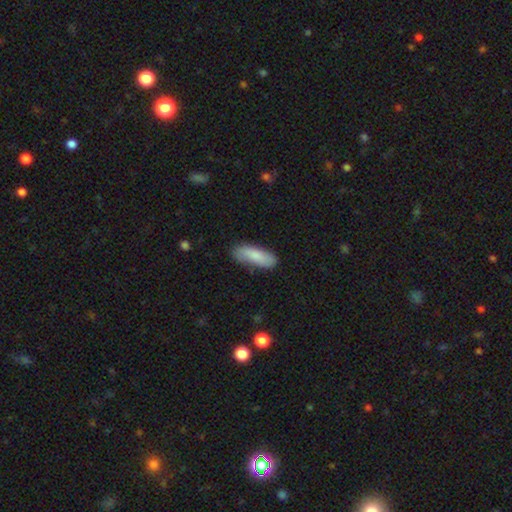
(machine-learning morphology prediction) Smooth or featured?
  - smooth: 80% *
  - featured or disk: 15%
  - star or artifact: 6%
How rounded?
  - in between: 62% *
  - cigar-shaped: 36%
  - round: 2%
Merging?
  - none: 78% *
  - minor disturbance: 17%
  - major disturbance: 3%
  - merger: 2%